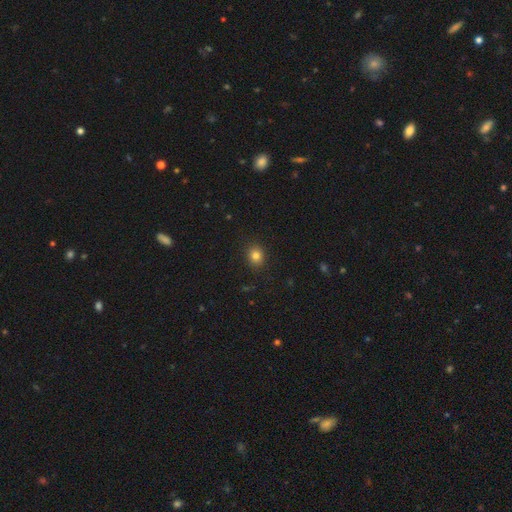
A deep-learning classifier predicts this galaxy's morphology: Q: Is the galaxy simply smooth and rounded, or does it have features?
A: smooth — 82%.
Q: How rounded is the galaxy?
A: round — 71%.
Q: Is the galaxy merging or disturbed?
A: none — 90%.